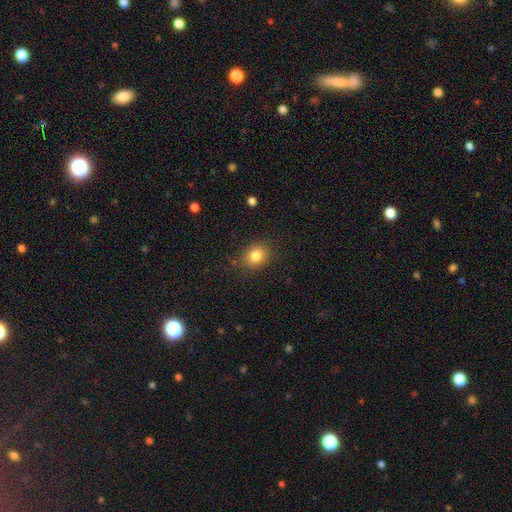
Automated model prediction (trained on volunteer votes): smooth_or_featured: smooth (p=0.82) [alt: star or artifact p=0.11]
how_rounded: round (p=0.55) [alt: in between p=0.45]
merging: none (p=0.81) [alt: minor disturbance p=0.14]